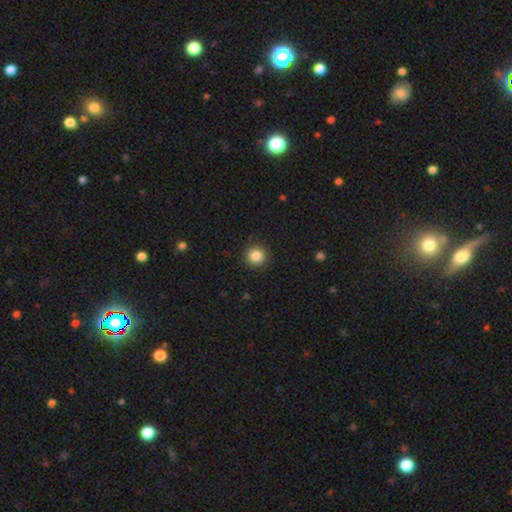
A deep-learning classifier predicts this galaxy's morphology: Overall: smooth (85%). How rounded: round (95%). Merging: none (92%).